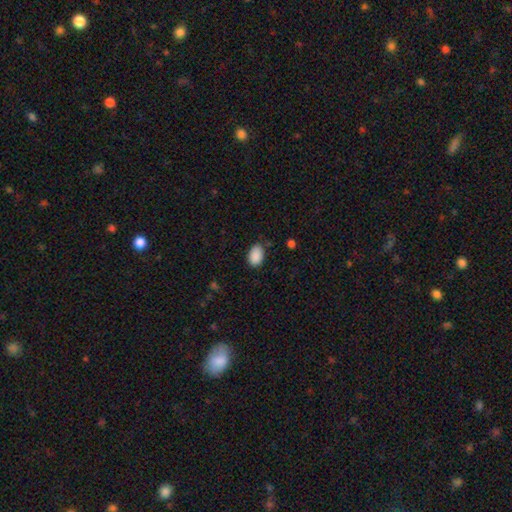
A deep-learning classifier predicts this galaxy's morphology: This appears to be a smooth galaxy with no disk features (90%) that is in between round and cigar-shaped (88%). Merging: none (79%).